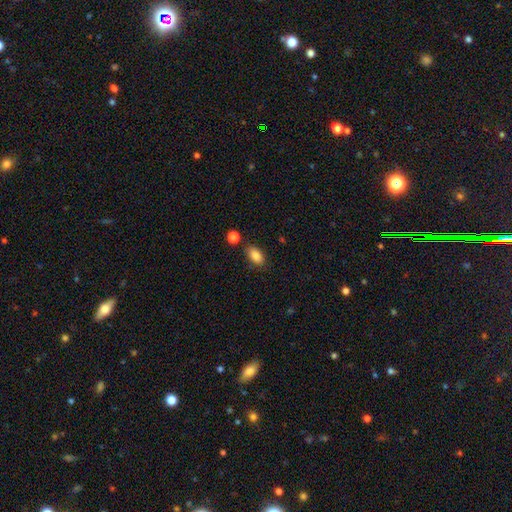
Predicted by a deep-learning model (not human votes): Morphology: type=smooth (86%); roundness=in between (90%); merging=none (80%).